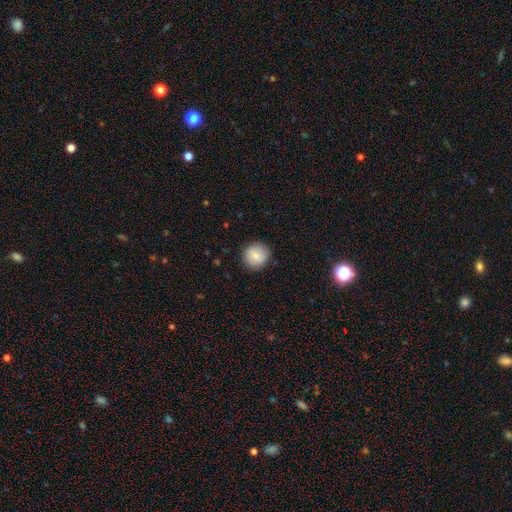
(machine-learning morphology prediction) Smooth or featured?
  - smooth: 79% *
  - featured or disk: 14%
  - star or artifact: 7%
How rounded?
  - round: 92% *
  - in between: 7%
  - cigar-shaped: 1%
Merging?
  - none: 87% *
  - minor disturbance: 9%
  - major disturbance: 2%
  - merger: 1%